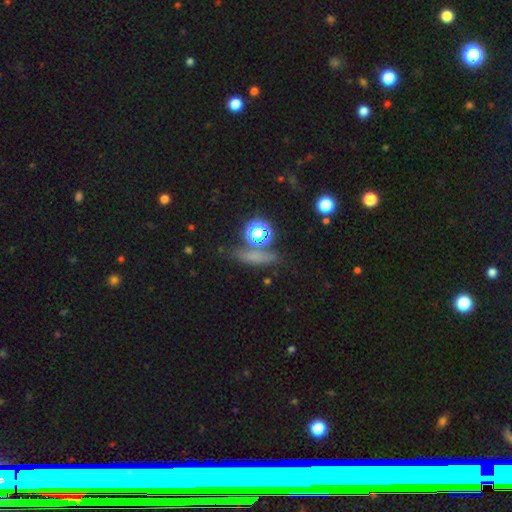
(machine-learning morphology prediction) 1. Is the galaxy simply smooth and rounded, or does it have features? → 60% smooth, 22% star or artifact, 18% featured or disk.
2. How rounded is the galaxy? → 60% cigar-shaped, 20% in between, 20% round.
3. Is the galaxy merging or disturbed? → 76% none, 12% minor disturbance, 7% merger, 5% major disturbance.